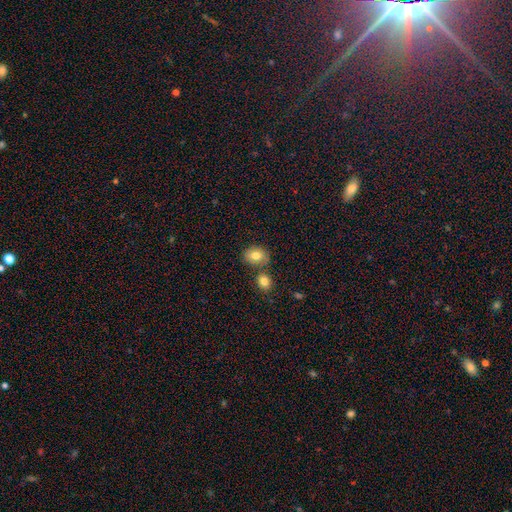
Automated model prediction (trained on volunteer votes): Morphology: type=smooth (78%); roundness=in between (64%); merging=none (63%).